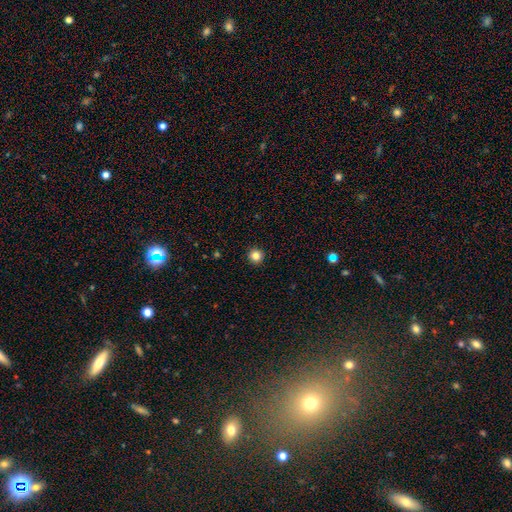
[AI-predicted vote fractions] The model was most divided on "smooth or featured": smooth: 84%, star or artifact: 11%, featured or disk: 5%. More confident: how rounded — round (95%); merging — none (93%).